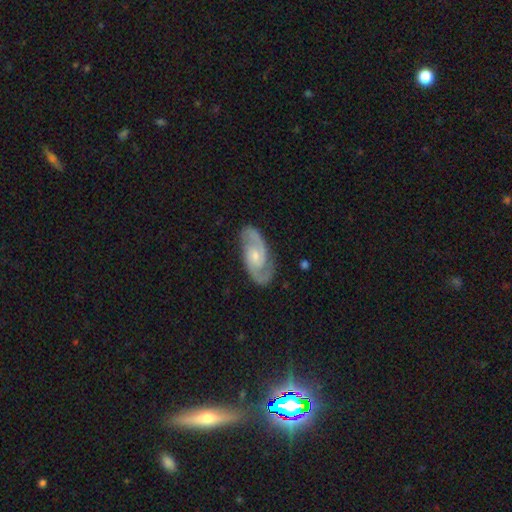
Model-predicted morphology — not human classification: Smooth or featured? featured or disk (88%)
Edge-on disk? no (96%)
Bar? no (61%)
Spiral arms? yes (97%)
Spiral winding? medium (53%)
Spiral arm count? 2 (92%)
Bulge size? small (55%)
Merging? none (83%)